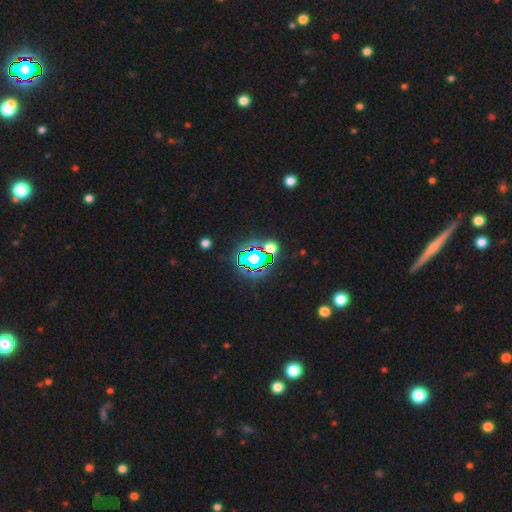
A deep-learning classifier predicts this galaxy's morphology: This is likely a star or artifact rather than a galaxy (70%).